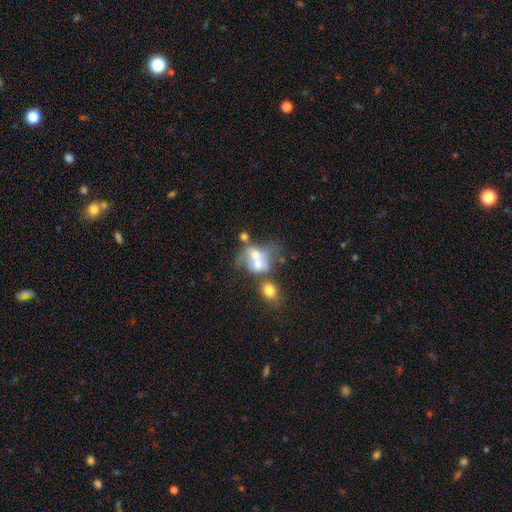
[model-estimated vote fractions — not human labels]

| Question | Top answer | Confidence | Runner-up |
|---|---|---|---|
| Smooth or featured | smooth | 46% | featured or disk (41%) |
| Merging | merger | 60% | none (16%) |